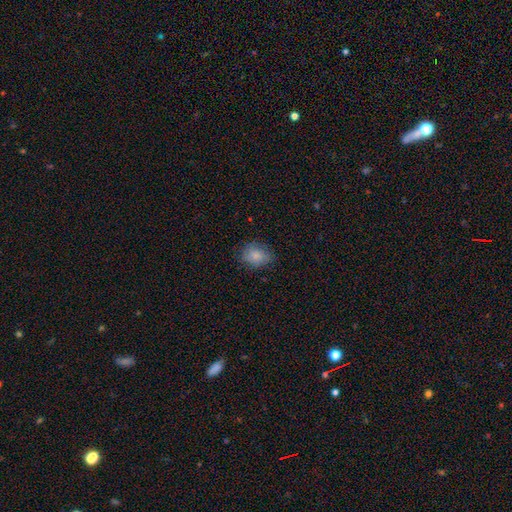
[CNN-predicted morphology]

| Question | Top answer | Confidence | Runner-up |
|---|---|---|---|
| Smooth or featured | smooth | 85% | star or artifact (8%) |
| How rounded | in between | 50% | round (49%) |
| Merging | none | 77% | minor disturbance (18%) |